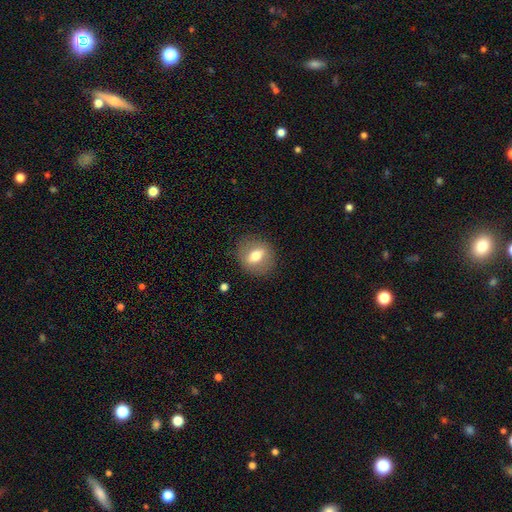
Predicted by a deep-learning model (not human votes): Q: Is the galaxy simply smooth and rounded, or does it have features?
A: smooth — 55%.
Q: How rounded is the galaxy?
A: round — 59%.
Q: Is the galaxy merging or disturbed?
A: none — 86%.